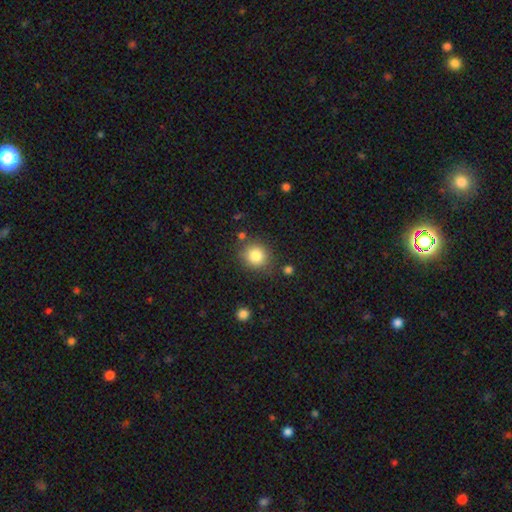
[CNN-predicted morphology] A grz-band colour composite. It shows a smooth galaxy with no disk features (83%) that is round (87%). Merging: none (80%).